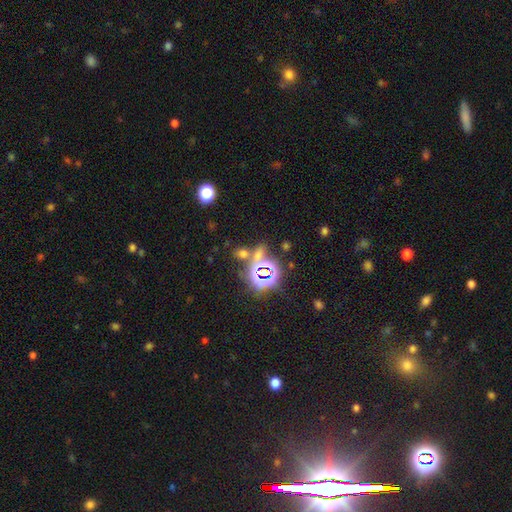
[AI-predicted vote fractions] Smooth or featured?
  - star or artifact: 68% *
  - smooth: 22%
  - featured or disk: 10%